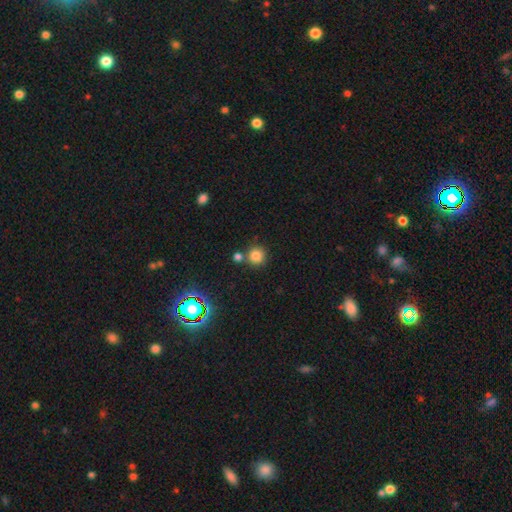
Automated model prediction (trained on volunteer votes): Smooth or featured? Predicted: smooth (p=0.81). How rounded? Predicted: round (p=0.93). Merging? Predicted: none (p=0.72).